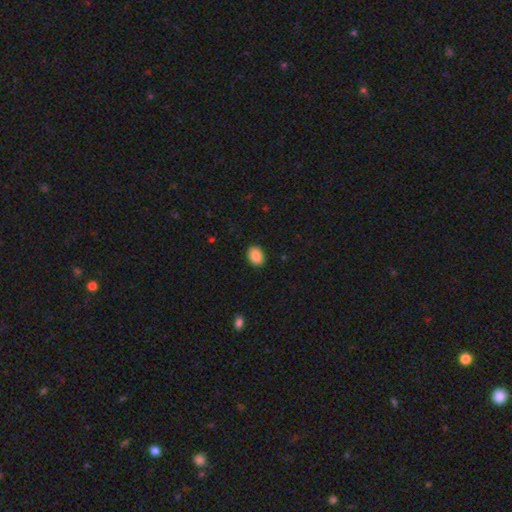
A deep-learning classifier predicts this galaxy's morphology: Smooth or featured: smooth — 88% (star or artifact — 7%)
How rounded: in between — 74% (round — 26%)
Merging: none — 90% (minor disturbance — 7%)